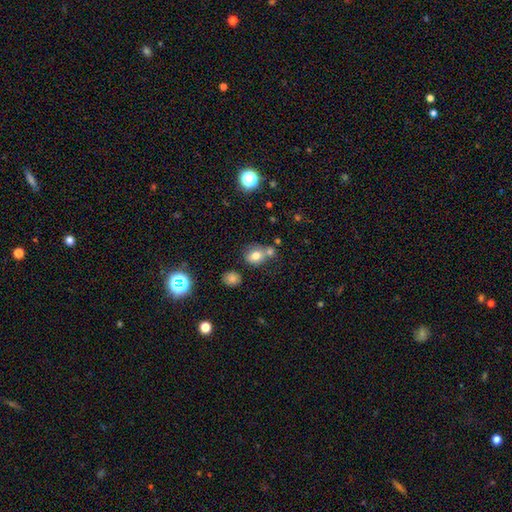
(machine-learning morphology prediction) The model was most divided on "merging": none: 51%, merger: 30%, minor disturbance: 14%, major disturbance: 5%. More confident: smooth or featured — smooth (75%); how rounded — round (62%).